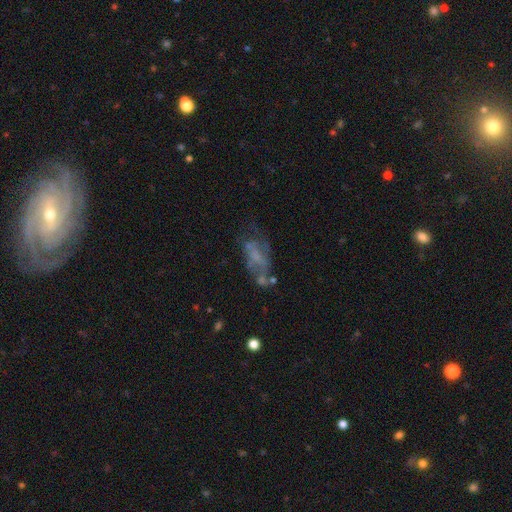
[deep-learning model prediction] Overall: featured or disk (55%; smooth 31%). Edge-on disk: no (93%). Bar: no (72%). Spiral arms: no (72%). Bulge size: none (58%; small 24%). Merging: none (36%; major disturbance 29%).